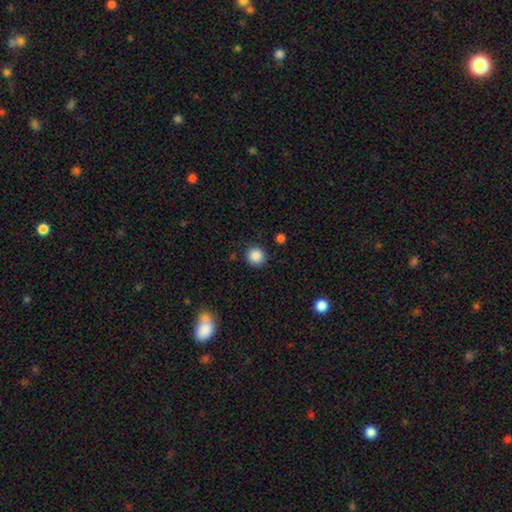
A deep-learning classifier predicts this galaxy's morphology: A smooth galaxy with no disk features (87%) that is round (92%).

Vote fractions:
- Smooth or featured? smooth: 87% / star or artifact: 10% / featured or disk: 3%
- How rounded? round: 92% / in between: 7% / cigar-shaped: 1%
- Merging? none: 87% / minor disturbance: 9% / major disturbance: 3% / merger: 2%